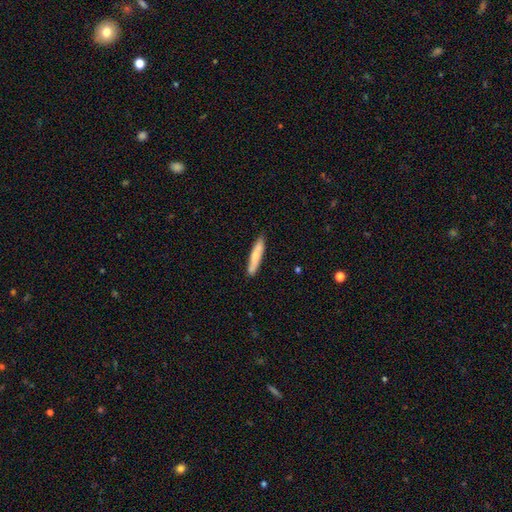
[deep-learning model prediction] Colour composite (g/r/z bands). It shows a smooth galaxy with no disk features (72%) that is cigar-shaped (91%). Merging: none (86%).